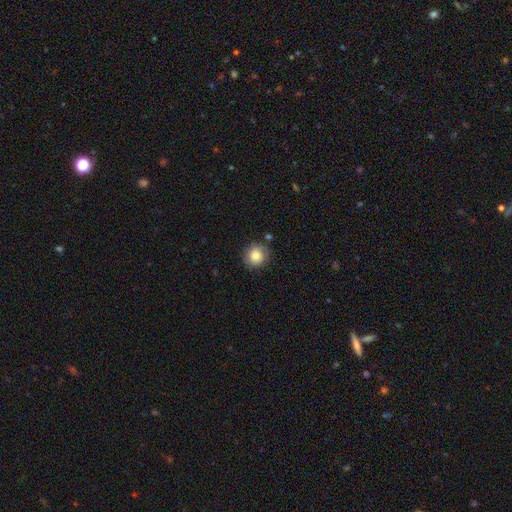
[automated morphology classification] This is likely a smooth galaxy (80%). How rounded: clearly round (90%). Merging: likely none (78%).